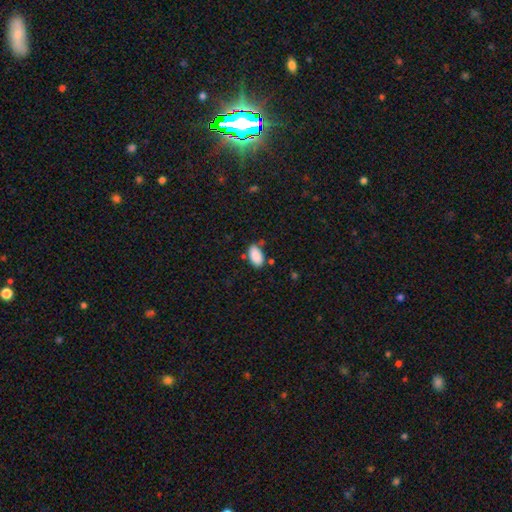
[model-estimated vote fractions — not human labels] This is clearly a smooth galaxy (89%). How rounded: clearly in between (94%). Merging: likely none (73%).